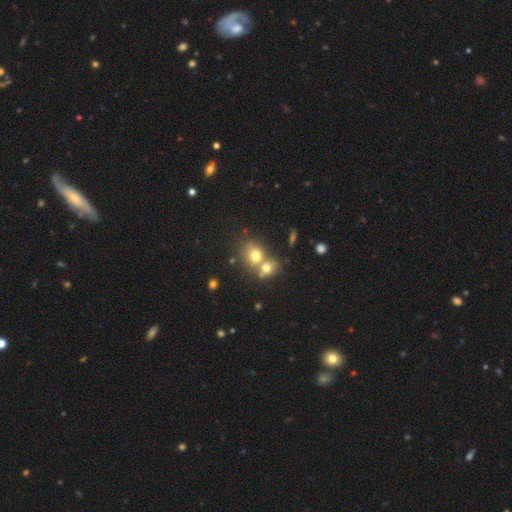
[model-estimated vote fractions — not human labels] Q: Smooth or featured?
A: smooth (71%); runner-up: featured or disk (16%)
Q: How rounded?
A: round (68%); runner-up: in between (31%)
Q: Merging?
A: merger (58%); runner-up: none (32%)